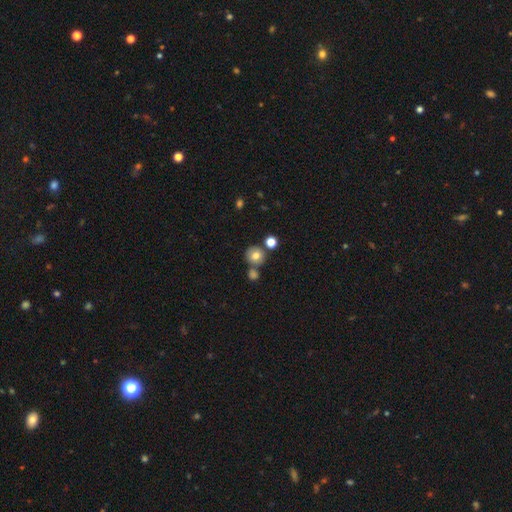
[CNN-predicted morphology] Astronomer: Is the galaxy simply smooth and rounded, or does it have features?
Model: smooth — 77%.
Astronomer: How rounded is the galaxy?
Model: round — 87%.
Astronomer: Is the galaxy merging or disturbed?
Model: none — 66%.